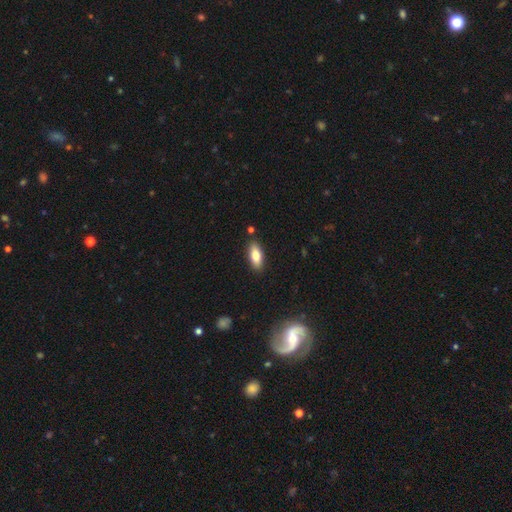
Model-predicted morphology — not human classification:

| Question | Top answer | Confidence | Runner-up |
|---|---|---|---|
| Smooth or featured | smooth | 76% | featured or disk (18%) |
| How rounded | in between | 78% | cigar-shaped (20%) |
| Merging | none | 87% | minor disturbance (9%) |